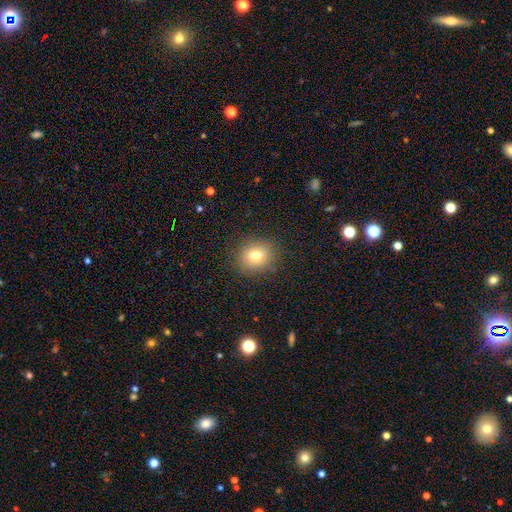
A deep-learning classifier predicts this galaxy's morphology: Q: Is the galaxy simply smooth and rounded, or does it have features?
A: smooth — 76%.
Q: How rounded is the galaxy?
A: round — 76%.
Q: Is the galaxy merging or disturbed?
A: none — 88%.